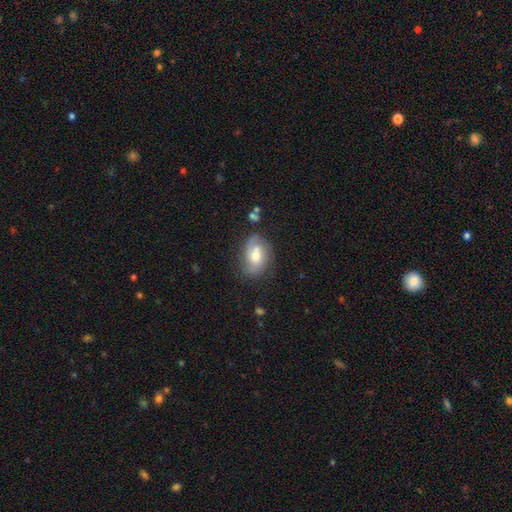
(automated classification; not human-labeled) Smooth or featured? featured or disk (55%)
Edge-on disk? no (96%)
Bar? no (59%)
Spiral arms? yes (82%)
Bulge size? moderate (65%)
Merging? none (62%)